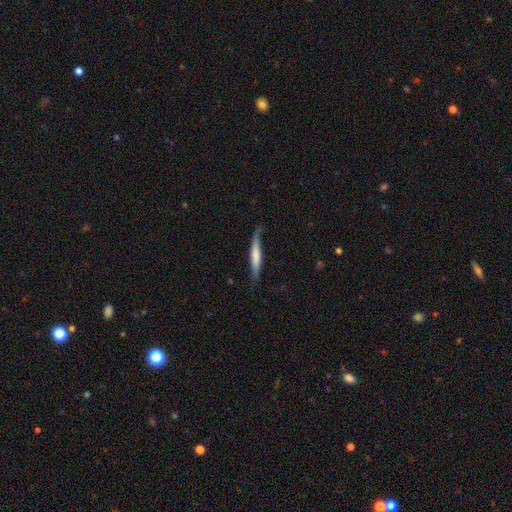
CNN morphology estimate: Overall: smooth (61%; featured or disk 34%). How rounded: cigar-shaped (93%). Merging: none (67%).